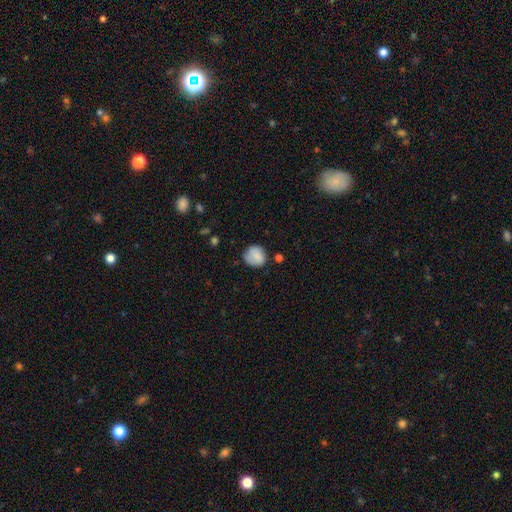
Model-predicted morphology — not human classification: This appears to be a smooth galaxy with no disk features (82%) that is round (84%). Merging: none (69%).